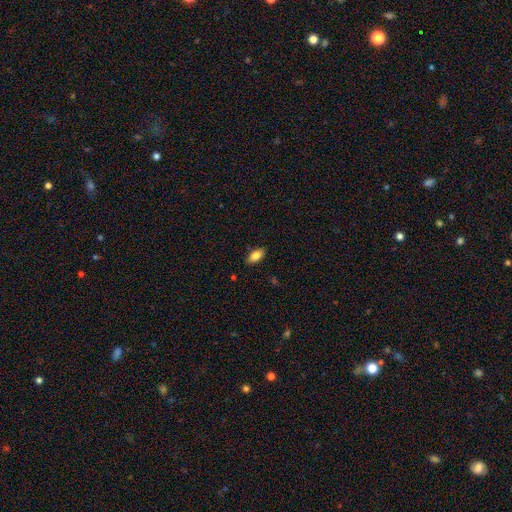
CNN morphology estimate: Q: Smooth or featured?
A: smooth (84%); runner-up: featured or disk (8%)
Q: How rounded?
A: in between (91%); runner-up: cigar-shaped (6%)
Q: Merging?
A: none (87%); runner-up: minor disturbance (10%)